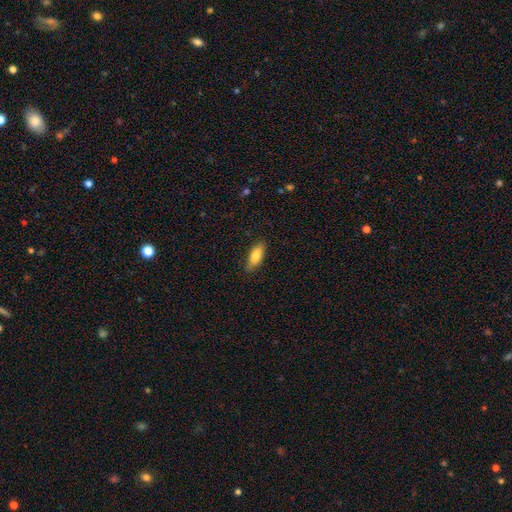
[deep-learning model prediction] Smooth or featured? Predicted: smooth (p=0.83). How rounded? Predicted: in between (p=0.79). Merging? Predicted: none (p=0.82).